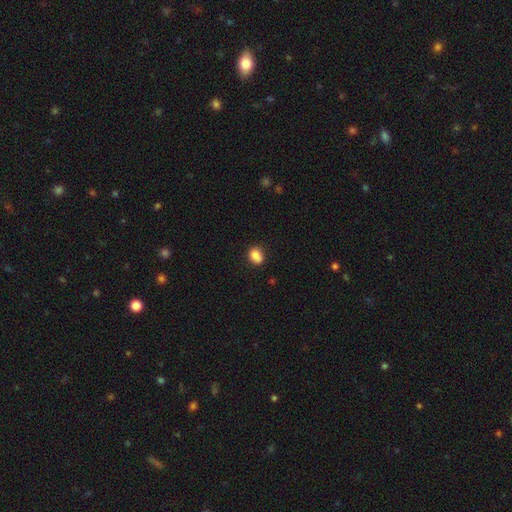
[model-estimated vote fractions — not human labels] This is clearly a smooth galaxy (84%). How rounded: possibly in between (59%). Merging: likely none (72%).